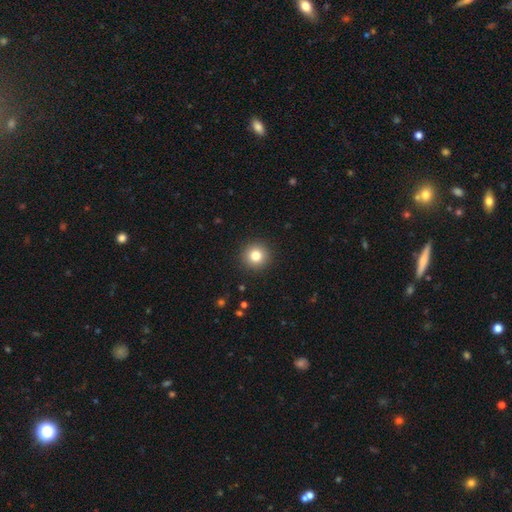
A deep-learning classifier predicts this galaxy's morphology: smooth 81%, star or artifact 11%, featured or disk 8%. Down the decision tree: how rounded — round (95%); merging — none (92%).